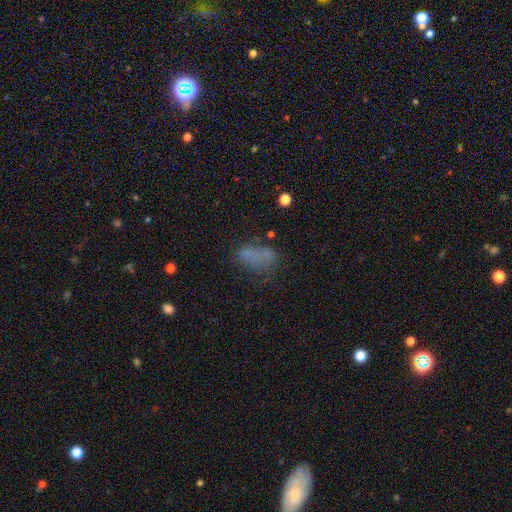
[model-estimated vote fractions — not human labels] This is likely a smooth galaxy (62%). How rounded: clearly in between (86%). Merging: marginally none (45%).